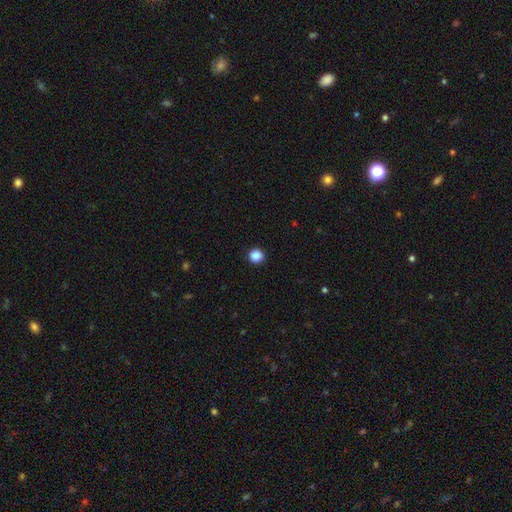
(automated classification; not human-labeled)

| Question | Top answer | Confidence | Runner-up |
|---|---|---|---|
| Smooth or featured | smooth | 87% | star or artifact (10%) |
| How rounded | round | 91% | in between (8%) |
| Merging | none | 92% | minor disturbance (6%) |